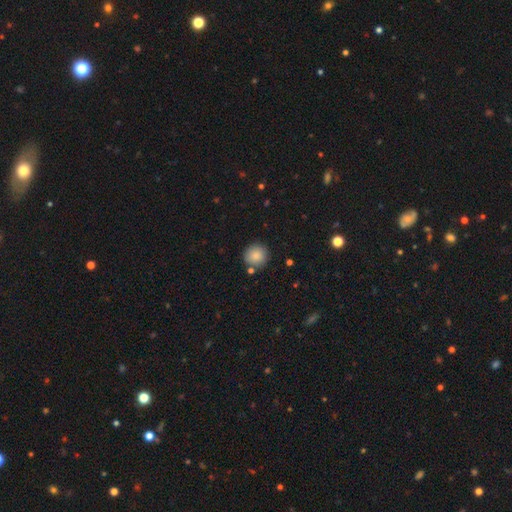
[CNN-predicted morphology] This is clearly a smooth galaxy (86%). How rounded: clearly round (91%). Merging: clearly none (83%).